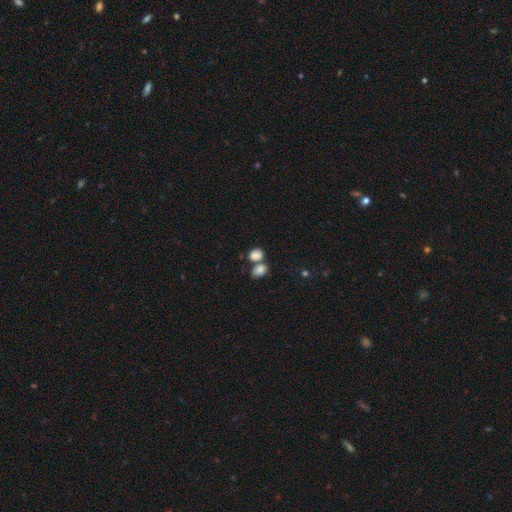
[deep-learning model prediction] A smooth galaxy with no disk features (83%) that is in between round and cigar-shaped (62%).

Vote fractions:
- Smooth or featured? smooth: 83% / star or artifact: 9% / featured or disk: 8%
- How rounded? in between: 62% / round: 37% / cigar-shaped: 1%
- Merging? merger: 48% / none: 38% / minor disturbance: 10% / major disturbance: 4%